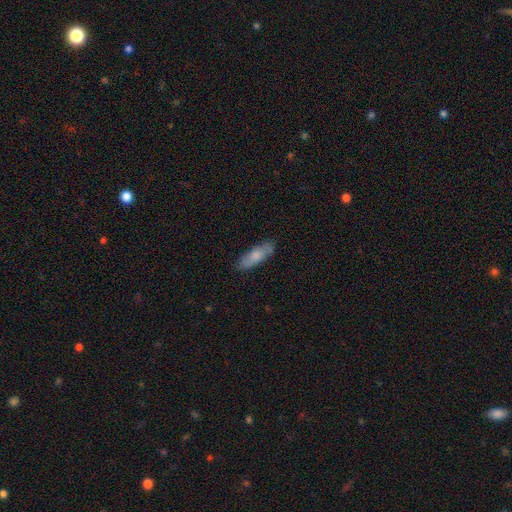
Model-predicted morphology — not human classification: smooth-or-featured: smooth: 72% | featured or disk: 22% | star or artifact: 6%
  how-rounded: in between: 52% | cigar-shaped: 47% | round: 2%
  merging: none: 79% | minor disturbance: 16% | major disturbance: 3% | merger: 2%